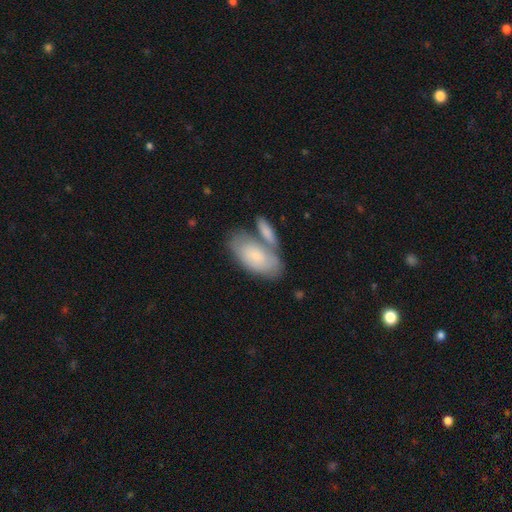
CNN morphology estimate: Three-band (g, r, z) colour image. It shows a smooth galaxy with no disk features (70%) that is in between round and cigar-shaped (92%). Merging: none (41%).